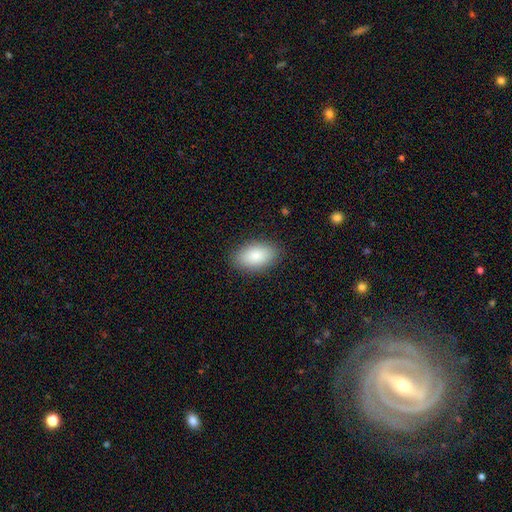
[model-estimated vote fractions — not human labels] The model was most divided on "smooth or featured": smooth: 85%, featured or disk: 8%, star or artifact: 6%. More confident: how rounded — in between (94%); merging — none (87%).